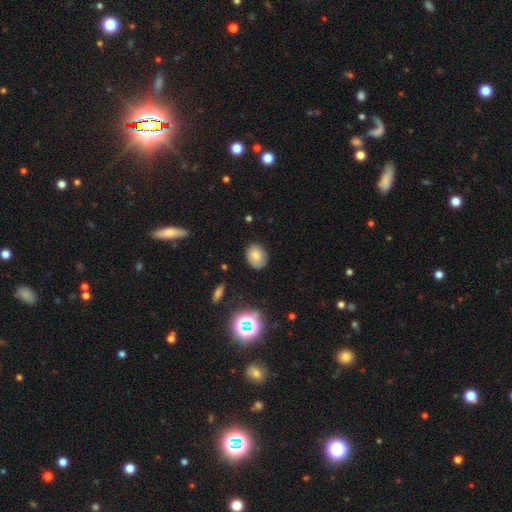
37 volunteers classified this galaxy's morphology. A smooth galaxy with no disk features (89%) that is in between round and cigar-shaped (58%).

Vote fractions:
- Smooth or featured? smooth: 89% / featured or disk: 5% / star or artifact: 5%
- How rounded? in between: 58% / round: 42% / cigar-shaped: 0%
- Merging? none: 83% / minor disturbance: 11% / major disturbance: 6% / merger: 0%